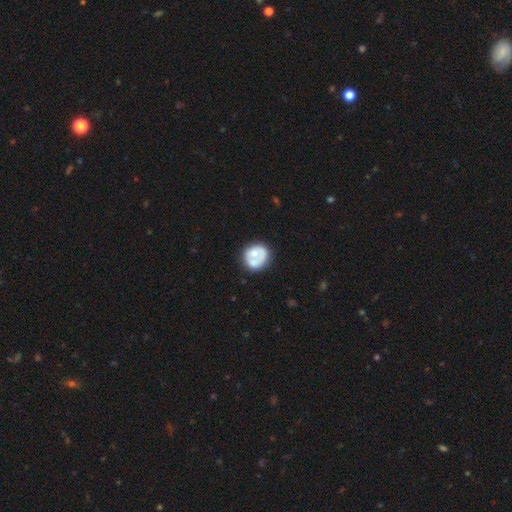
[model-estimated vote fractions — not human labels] A smooth galaxy with no disk features (55%) that is round (72%).

Vote fractions:
- Smooth or featured? smooth: 55% / featured or disk: 39% / star or artifact: 7%
- How rounded? round: 72% / in between: 28% / cigar-shaped: 1%
- Merging? none: 53% / minor disturbance: 21% / merger: 15% / major disturbance: 11%